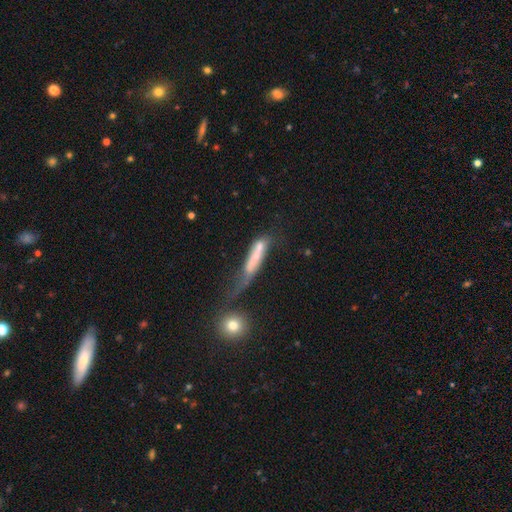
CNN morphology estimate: This is possibly a smooth galaxy (53%). How rounded: likely cigar-shaped (79%). Merging: marginally major disturbance (36%).